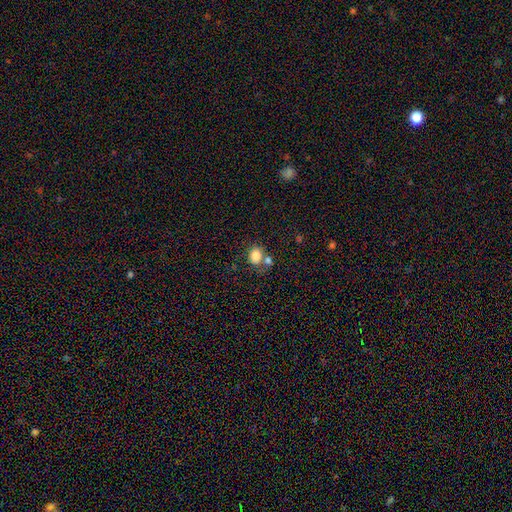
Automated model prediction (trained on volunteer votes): Q: Smooth or featured?
A: smooth (83%); runner-up: star or artifact (10%)
Q: How rounded?
A: round (51%); runner-up: in between (48%)
Q: Merging?
A: none (53%); runner-up: merger (29%)